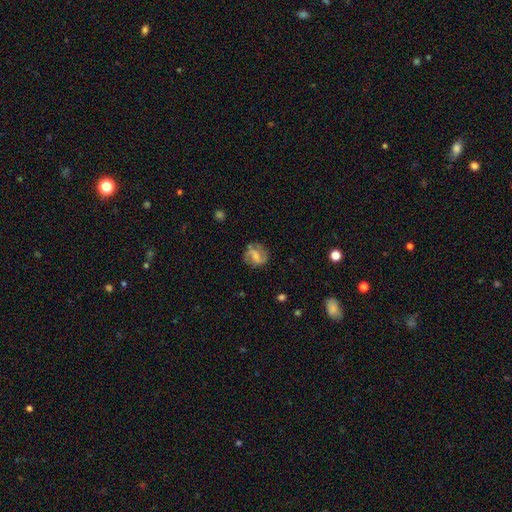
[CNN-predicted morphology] smooth_or_featured: featured or disk (p=0.64) [alt: smooth p=0.28]
disk_edge_on: no (p=0.97) [alt: yes p=0.03]
bar: weak (p=0.47) [alt: strong p=0.30]
has_spiral_arms: yes (p=0.86) [alt: no p=0.14]
spiral_winding: medium (p=0.42) [alt: loose p=0.40]
spiral_arm_count: 2 (p=0.84) [alt: can't tell p=0.08]
bulge_size: small (p=0.40) [alt: moderate p=0.35]
merging: none (p=0.72) [alt: minor disturbance p=0.18]